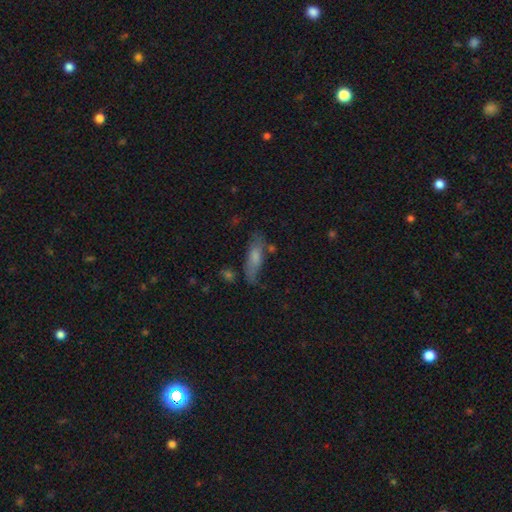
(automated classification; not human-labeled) smooth_or_featured: smooth (p=0.56) [alt: featured or disk p=0.32]
how_rounded: cigar-shaped (p=0.53) [alt: in between p=0.44]
merging: none (p=0.65) [alt: minor disturbance p=0.21]